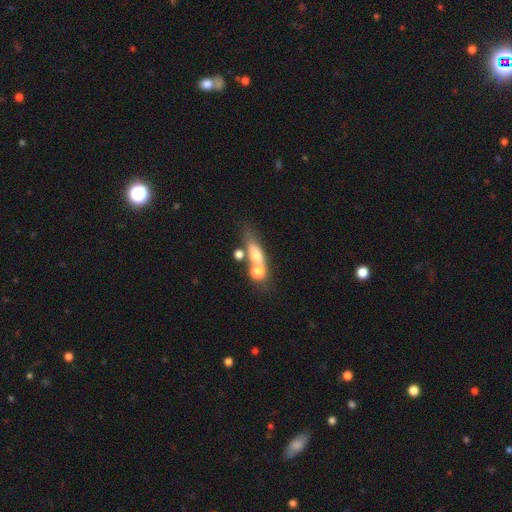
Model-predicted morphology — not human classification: A smooth galaxy with no disk features (60%) that is in between round and cigar-shaped (41%).

Vote fractions:
- Smooth or featured? smooth: 60% / featured or disk: 29% / star or artifact: 12%
- How rounded? in between: 41% / cigar-shaped: 33% / round: 26%
- Merging? merger: 41% / none: 38% / minor disturbance: 12% / major disturbance: 9%